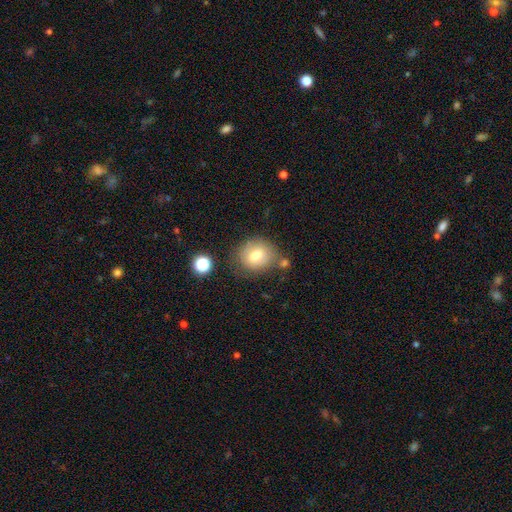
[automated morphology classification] smooth_or_featured: smooth (p=0.73) [alt: featured or disk p=0.17]
how_rounded: round (p=0.78) [alt: in between p=0.22]
merging: none (p=0.68) [alt: minor disturbance p=0.17]